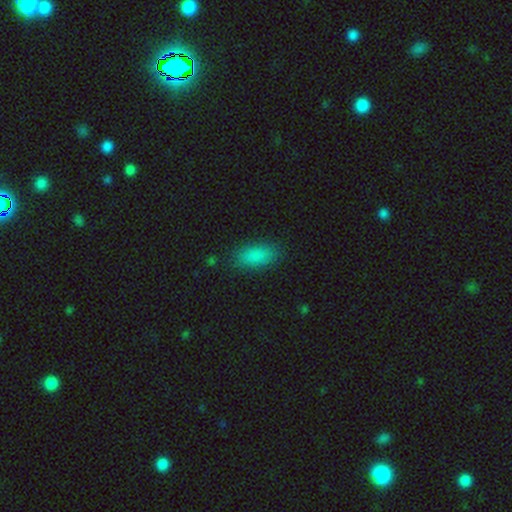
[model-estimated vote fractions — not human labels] A smooth galaxy with no disk features (86%) that is in between round and cigar-shaped (86%). Merging: none (84%).